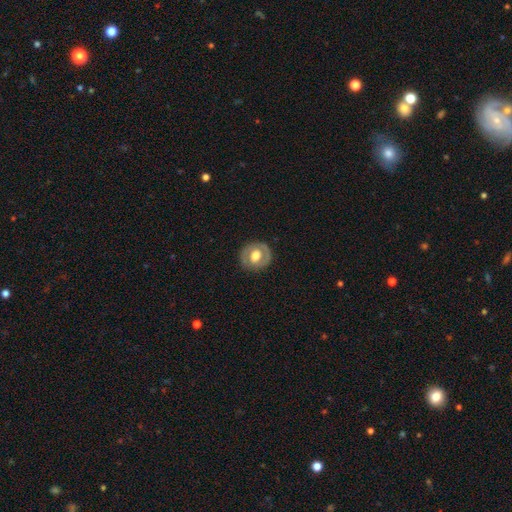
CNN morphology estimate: Smooth or featured? Predicted: featured or disk (p=0.53). Edge-on disk? Predicted: no (p=0.96). Bar? Predicted: no (p=0.57). Spiral arms? Predicted: no (p=0.61). Bulge size? Predicted: moderate (p=0.53). Merging? Predicted: none (p=0.83).